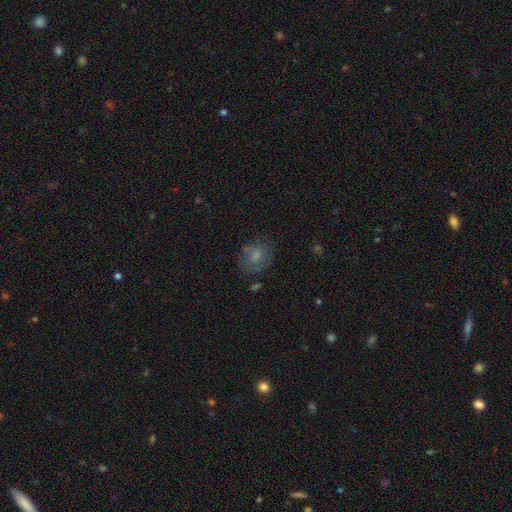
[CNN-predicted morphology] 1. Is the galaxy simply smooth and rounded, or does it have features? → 63% smooth, 25% featured or disk, 12% star or artifact.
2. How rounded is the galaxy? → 56% round, 43% in between, 1% cigar-shaped.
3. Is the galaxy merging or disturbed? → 64% none, 21% minor disturbance, 11% major disturbance, 4% merger.